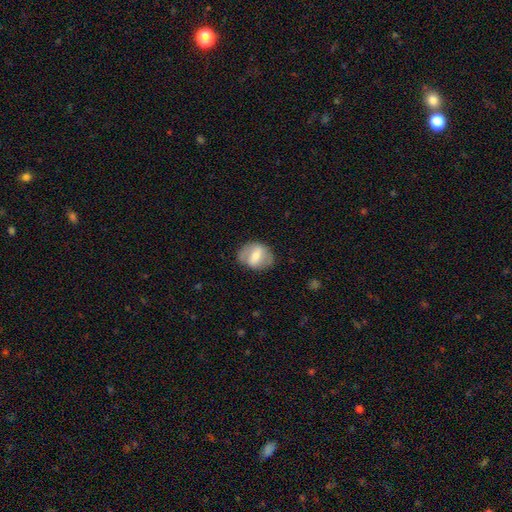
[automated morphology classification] Smooth or featured? featured or disk (47%)
Merging? none (72%)